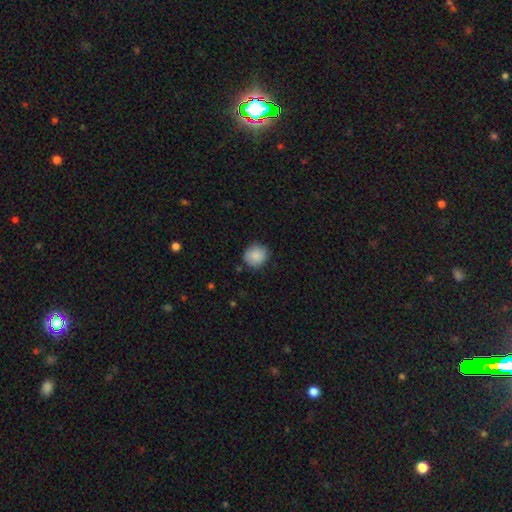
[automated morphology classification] This appears to be a smooth galaxy with no disk features (87%) that is round (87%). Merging: none (82%).